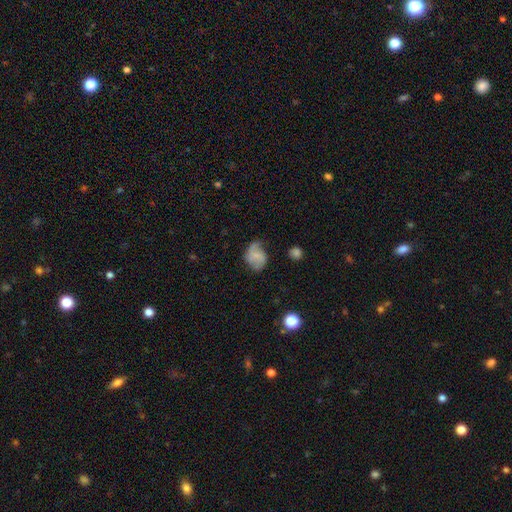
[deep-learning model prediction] Morphology: type=featured or disk (54%); edge-on=no (97%); bar=no (56%); spiral arms=yes (87%); bulge=small (47%); merging=none (53%).